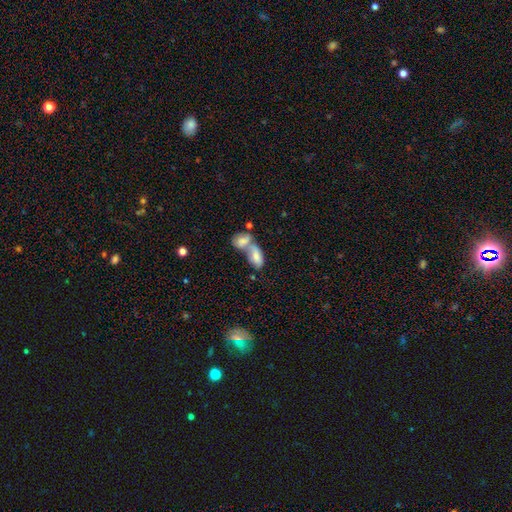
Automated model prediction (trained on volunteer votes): Smooth or featured?
  - smooth: 69% *
  - featured or disk: 21%
  - star or artifact: 10%
How rounded?
  - in between: 87% *
  - cigar-shaped: 8%
  - round: 5%
Merging?
  - merger: 68% *
  - none: 20%
  - minor disturbance: 7%
  - major disturbance: 4%